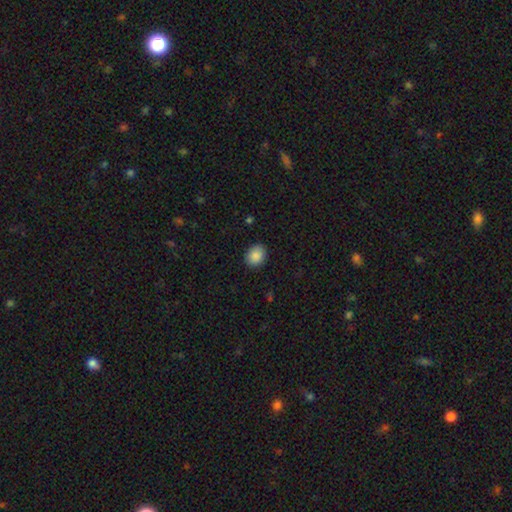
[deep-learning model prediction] Smooth or featured? Predicted: smooth (p=0.89). How rounded? Predicted: round (p=0.50). Merging? Predicted: none (p=0.88).